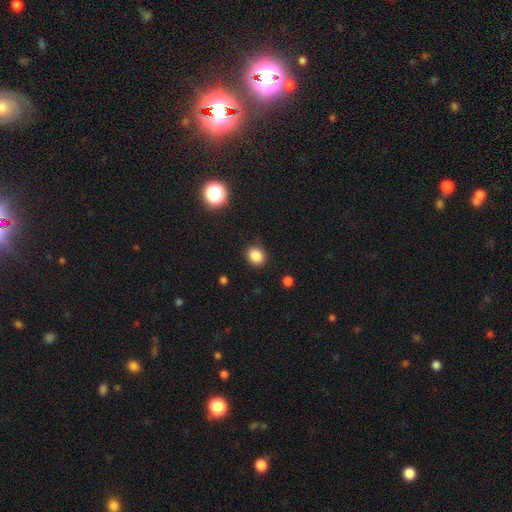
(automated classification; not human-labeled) This appears to be a smooth galaxy with no disk features (85%) that is round (66%). Merging: none (86%).